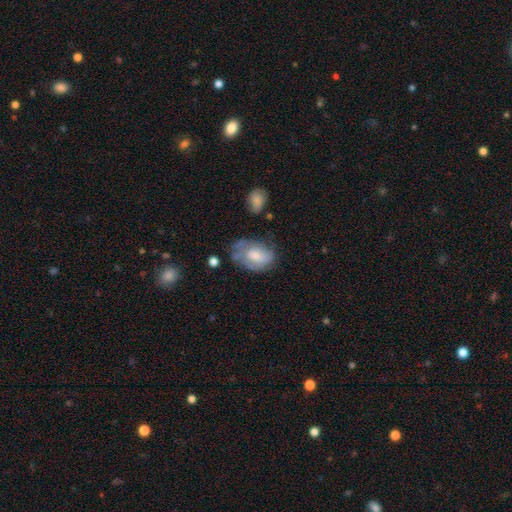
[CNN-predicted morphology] Overall: smooth (47%; featured or disk 45%). Merging: none (49%; minor disturbance 31%).